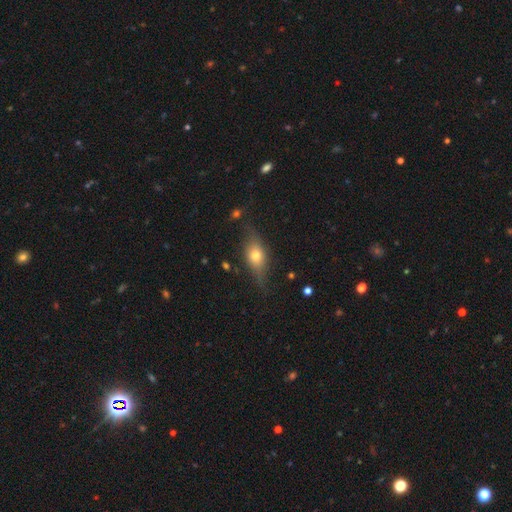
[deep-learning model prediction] Morphology: type=smooth (53%); roundness=in between (66%); merging=none (68%).